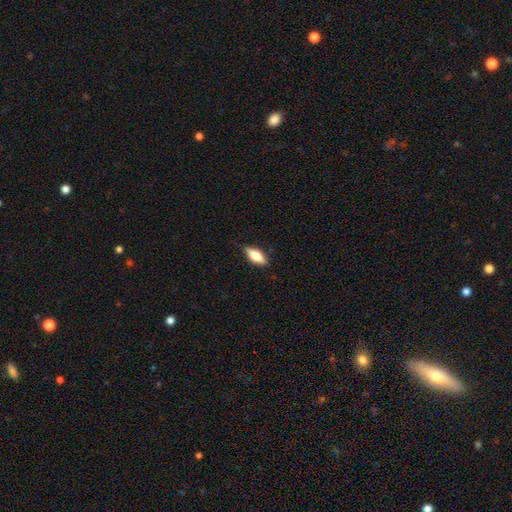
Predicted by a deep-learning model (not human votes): smooth_or_featured: smooth (p=0.70) [alt: featured or disk p=0.23]
how_rounded: in between (p=0.74) [alt: cigar-shaped p=0.23]
merging: none (p=0.84) [alt: minor disturbance p=0.12]